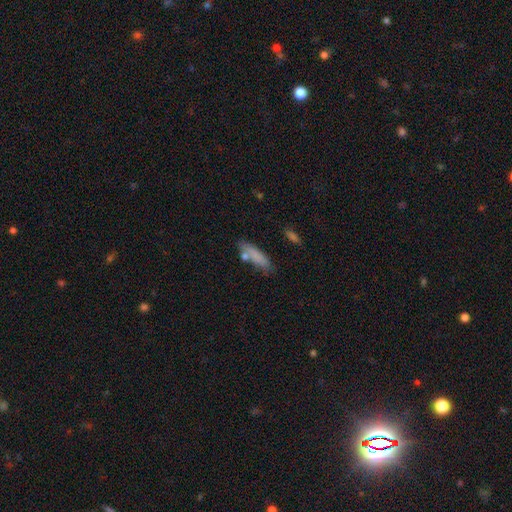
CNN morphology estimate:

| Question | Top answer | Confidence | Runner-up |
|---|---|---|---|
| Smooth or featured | smooth | 80% | featured or disk (13%) |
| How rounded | cigar-shaped | 57% | in between (41%) |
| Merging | none | 69% | minor disturbance (17%) |